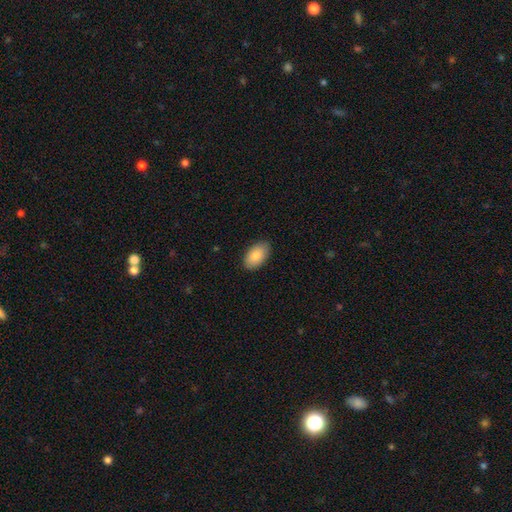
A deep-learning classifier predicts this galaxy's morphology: Q: Smooth or featured?
A: smooth (88%); runner-up: featured or disk (6%)
Q: How rounded?
A: in between (95%); runner-up: round (3%)
Q: Merging?
A: none (87%); runner-up: minor disturbance (10%)